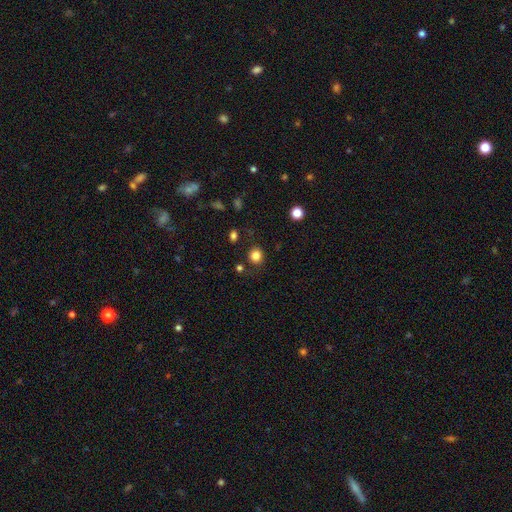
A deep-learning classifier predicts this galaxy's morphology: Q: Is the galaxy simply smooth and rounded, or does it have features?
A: smooth — 83%.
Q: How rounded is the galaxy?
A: round — 86%.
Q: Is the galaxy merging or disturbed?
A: none — 85%.